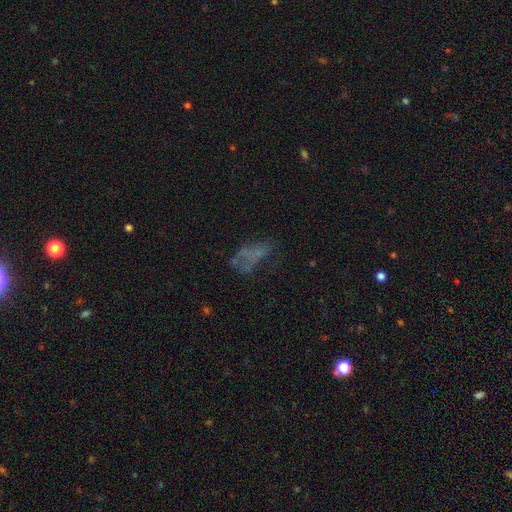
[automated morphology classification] Smooth or featured? Predicted: featured or disk (p=0.37). Merging? Predicted: none (p=0.38).